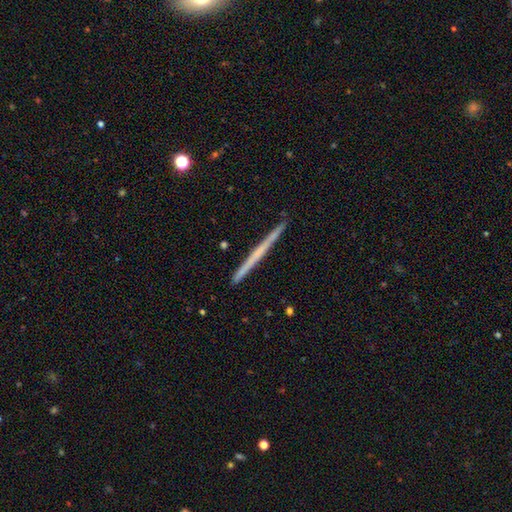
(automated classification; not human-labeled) This is possibly a featured or disk galaxy (54%). It is clearly viewed edge-on (98%). Edge-on bulge: clearly none (89%). Merging: clearly none (92%).